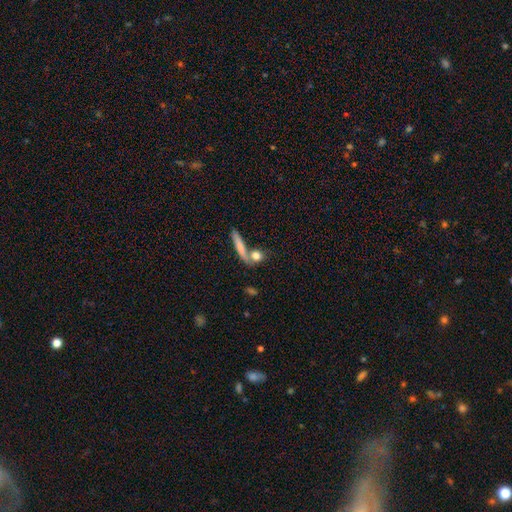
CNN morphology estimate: smooth-or-featured: smooth: 74% | featured or disk: 17% | star or artifact: 9%
  how-rounded: round: 48% | cigar-shaped: 28% | in between: 24%
  merging: none: 55% | merger: 28% | minor disturbance: 10% | major disturbance: 6%